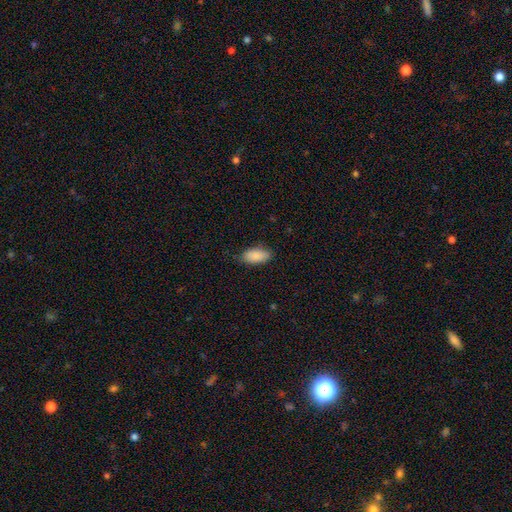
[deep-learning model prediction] A smooth galaxy with no disk features (88%) that is in between round and cigar-shaped (93%).

Vote fractions:
- Smooth or featured? smooth: 88% / star or artifact: 6% / featured or disk: 5%
- How rounded? in between: 93% / cigar-shaped: 5% / round: 2%
- Merging? none: 81% / minor disturbance: 15% / major disturbance: 3% / merger: 1%